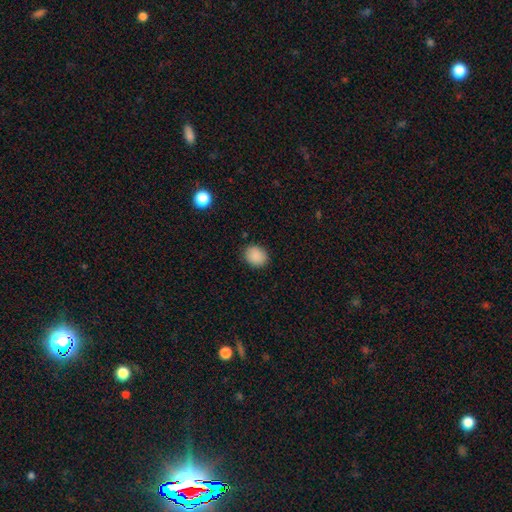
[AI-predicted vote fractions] Q: Smooth or featured?
A: smooth (89%); runner-up: star or artifact (8%)
Q: How rounded?
A: round (57%); runner-up: in between (42%)
Q: Merging?
A: none (87%); runner-up: minor disturbance (10%)